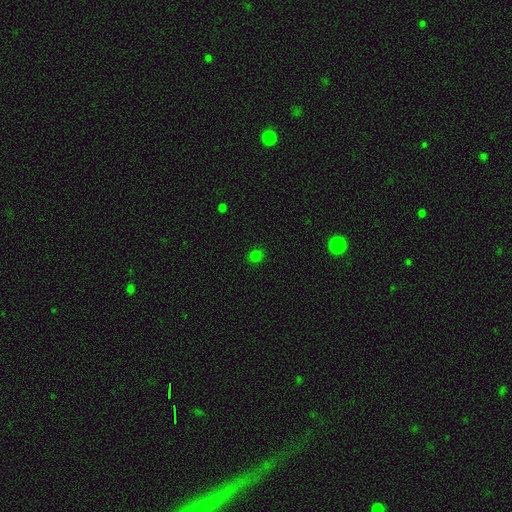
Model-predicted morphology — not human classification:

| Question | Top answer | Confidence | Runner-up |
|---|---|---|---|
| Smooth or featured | smooth | 77% | star or artifact (19%) |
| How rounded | round | 72% | in between (27%) |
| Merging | none | 88% | minor disturbance (8%) |